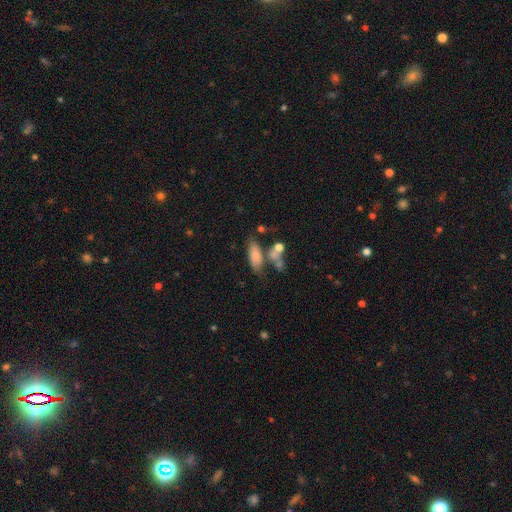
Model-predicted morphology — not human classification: A smooth galaxy with no disk features (76%) that is in between round and cigar-shaped (74%).

Vote fractions:
- Smooth or featured? smooth: 76% / featured or disk: 15% / star or artifact: 9%
- How rounded? in between: 74% / cigar-shaped: 23% / round: 4%
- Merging? none: 44% / merger: 22% / minor disturbance: 20% / major disturbance: 14%